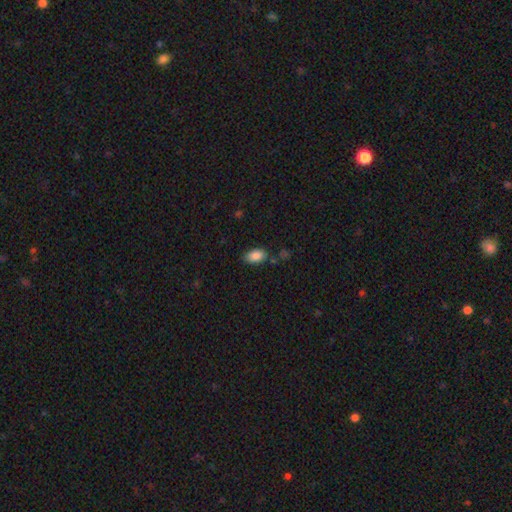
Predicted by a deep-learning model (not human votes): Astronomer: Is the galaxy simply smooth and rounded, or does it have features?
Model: smooth — 87%.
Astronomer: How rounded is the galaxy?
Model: in between — 92%.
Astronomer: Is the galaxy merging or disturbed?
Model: none — 79%.